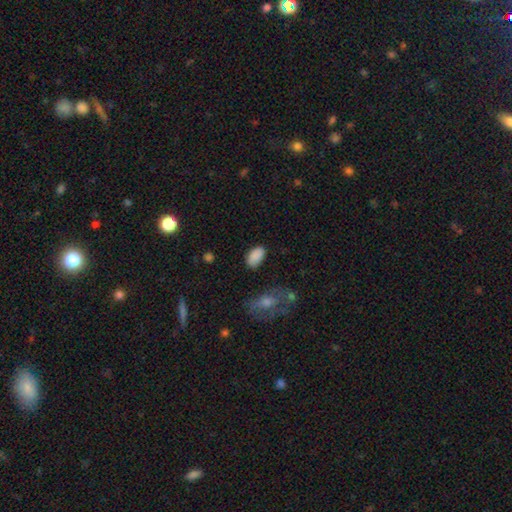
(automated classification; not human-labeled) The model was most divided on "merging": none: 80%, minor disturbance: 14%, major disturbance: 4%, merger: 2%. More confident: how rounded — in between (93%); smooth or featured — smooth (88%).